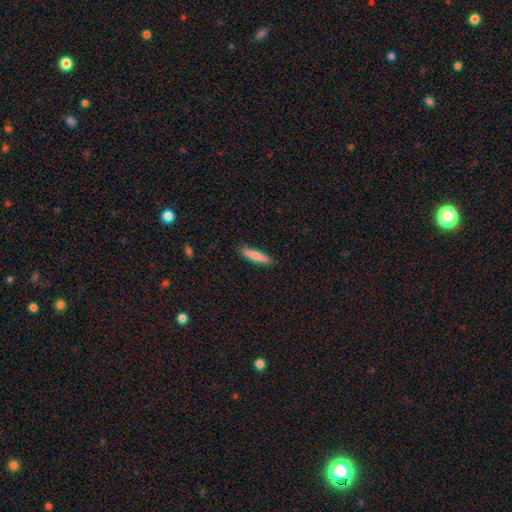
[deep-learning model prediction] Smooth or featured? smooth (72%)
How rounded? cigar-shaped (78%)
Merging? none (88%)